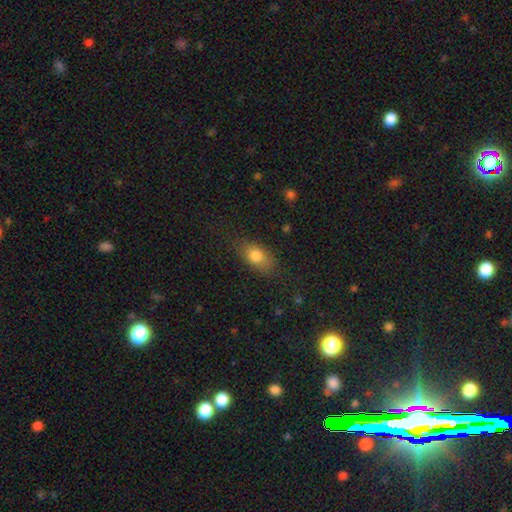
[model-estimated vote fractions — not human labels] A smooth galaxy with no disk features (79%) that is in between round and cigar-shaped (81%). Merging: none (72%).